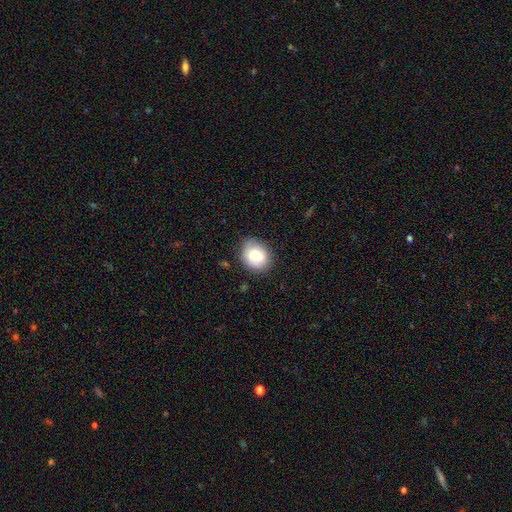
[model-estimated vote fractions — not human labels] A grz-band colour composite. It shows a smooth galaxy with no disk features (82%) that is round (53%). Merging: none (75%).